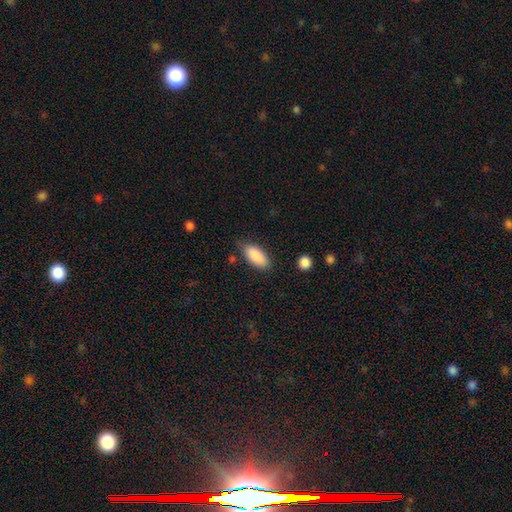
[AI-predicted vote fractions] smooth 89%, star or artifact 6%, featured or disk 5%. Down the decision tree: how rounded — in between (88%); merging — none (74%).